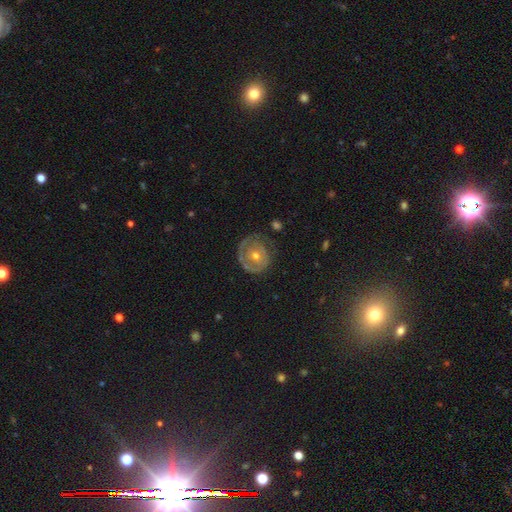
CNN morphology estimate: Overall: featured or disk (62%; smooth 32%). Edge-on disk: no (97%). Bar: no (76%). Spiral arms: yes (53%; no 47%). Bulge size: moderate (56%; small 40%). Merging: none (60%; minor disturbance 24%).